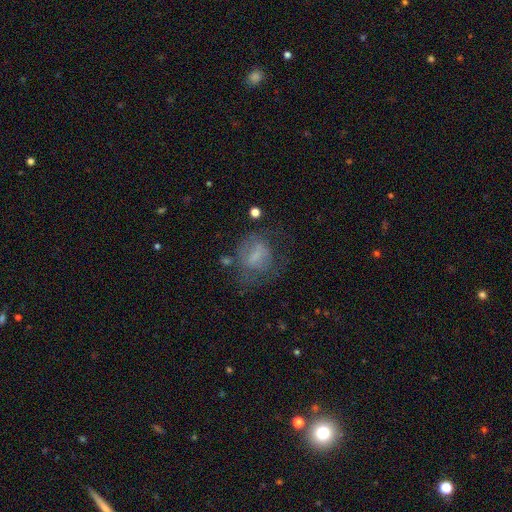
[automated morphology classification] Smooth or featured? Predicted: smooth (p=0.50). How rounded? Predicted: round (p=0.56). Merging? Predicted: none (p=0.45).